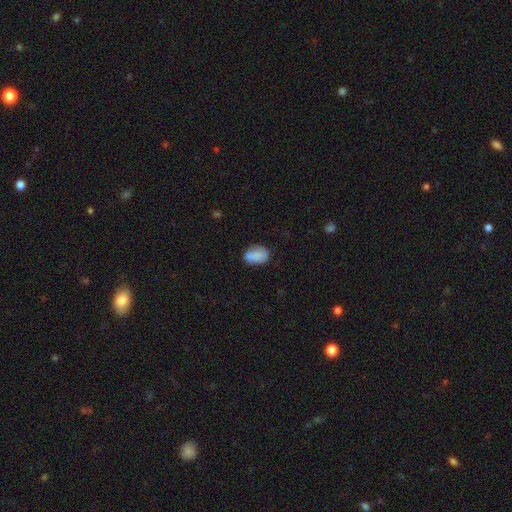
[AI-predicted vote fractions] Smooth or featured: smooth — 80% (featured or disk — 13%)
How rounded: in between — 82% (round — 17%)
Merging: none — 62% (minor disturbance — 25%)